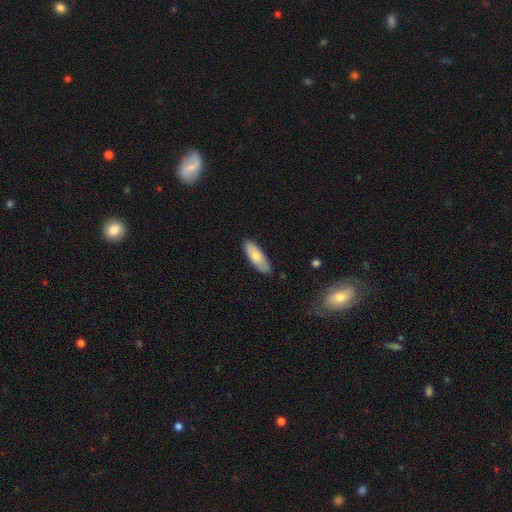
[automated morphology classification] Overall: smooth (75%). How rounded: in between (65%; cigar-shaped 33%). Merging: none (85%).